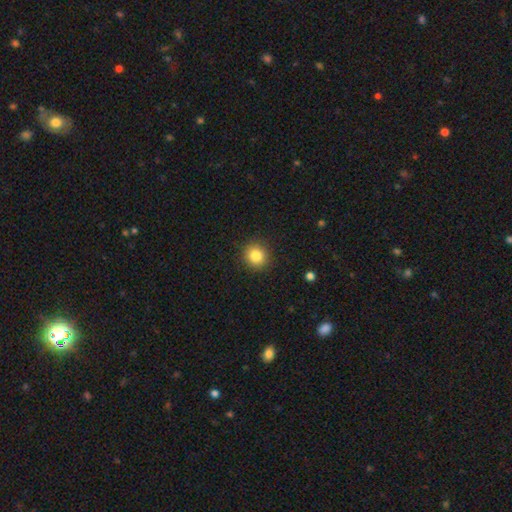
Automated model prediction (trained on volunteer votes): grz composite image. It shows a smooth galaxy with no disk features (84%) that is round (88%). Merging: none (90%).